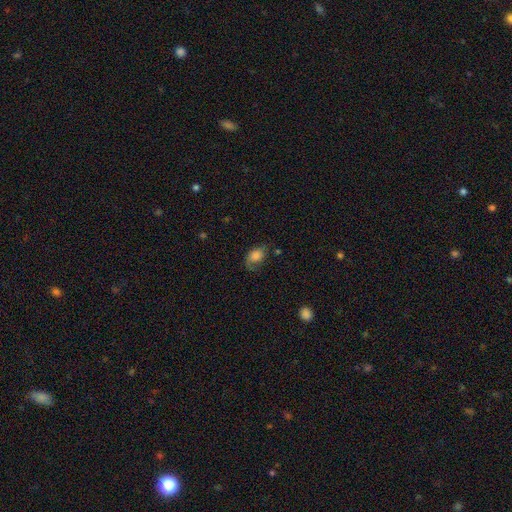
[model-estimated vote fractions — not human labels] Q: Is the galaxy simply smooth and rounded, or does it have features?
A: smooth — 66%.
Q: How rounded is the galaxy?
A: in between — 78%.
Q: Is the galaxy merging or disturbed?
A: none — 46%.